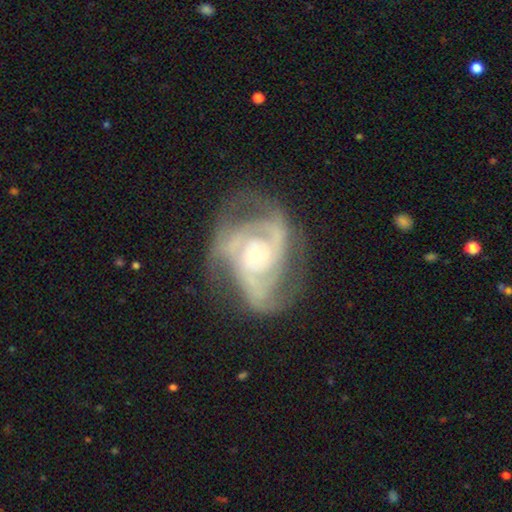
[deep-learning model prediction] Smooth or featured: featured or disk — 88% (smooth — 6%)
Edge-on disk: no — 97% (yes — 3%)
Bar: no — 72% (weak — 22%)
Spiral arms: yes — 95% (no — 5%)
Spiral winding: tight — 47% (medium — 42%)
Spiral arm count: 2 — 32% (3 — 31%)
Bulge size: small — 64% (moderate — 30%)
Merging: none — 54% (major disturbance — 22%)